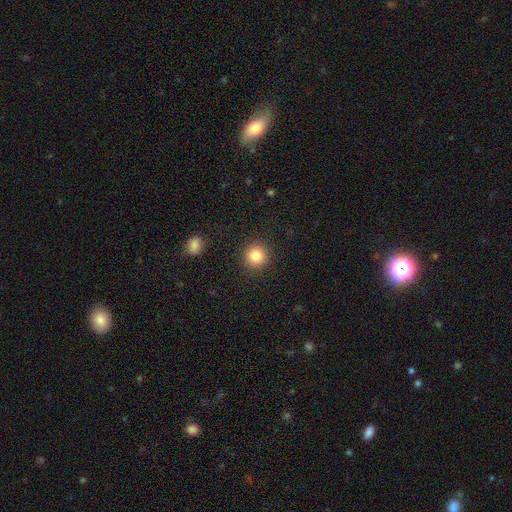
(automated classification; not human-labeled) Morphology: type=smooth (85%); roundness=round (93%); merging=none (90%).